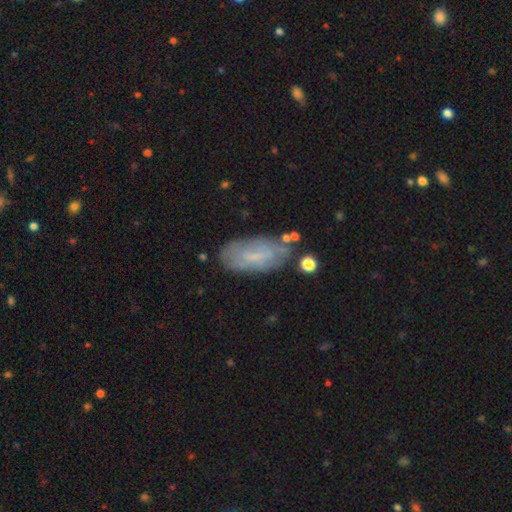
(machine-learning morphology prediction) Smooth or featured: smooth — 52% (featured or disk — 39%)
How rounded: in between — 87% (cigar-shaped — 11%)
Merging: none — 67% (minor disturbance — 21%)